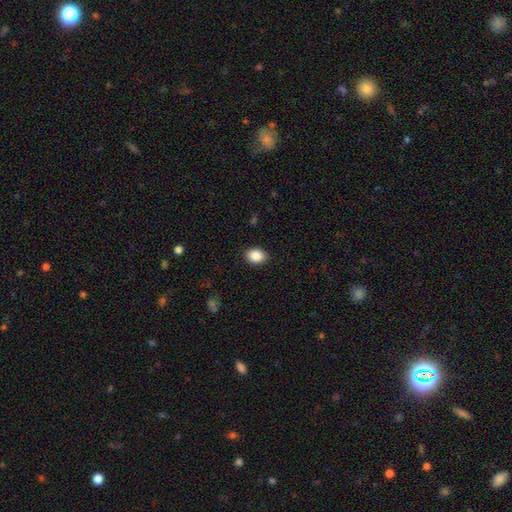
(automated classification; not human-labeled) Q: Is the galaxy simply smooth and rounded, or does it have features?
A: smooth — 87%.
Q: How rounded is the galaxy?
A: in between — 67%.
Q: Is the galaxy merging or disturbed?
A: none — 90%.